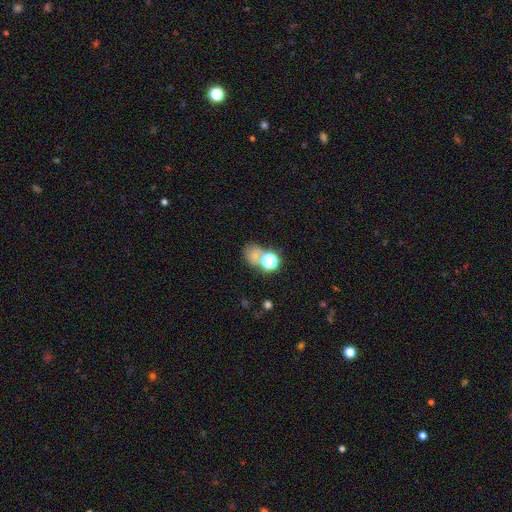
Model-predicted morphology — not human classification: A smooth galaxy with no disk features (56%) that is round (57%).

Vote fractions:
- Smooth or featured? smooth: 56% / star or artifact: 31% / featured or disk: 13%
- How rounded? round: 57% / in between: 42% / cigar-shaped: 1%
- Merging? none: 43% / merger: 30% / minor disturbance: 14% / major disturbance: 14%